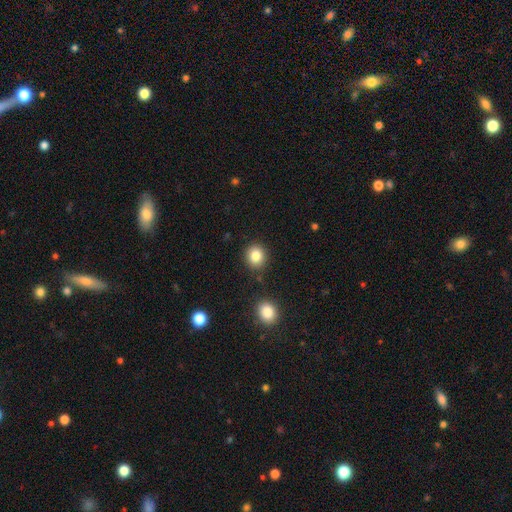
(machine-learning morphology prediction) The model was most divided on "how rounded": round: 81%, in between: 18%, cigar-shaped: 1%. More confident: merging — none (86%); smooth or featured — smooth (84%).